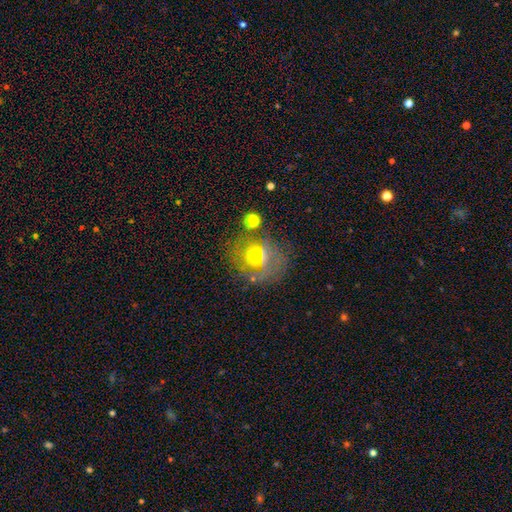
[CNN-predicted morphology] smooth 50%, featured or disk 32%, star or artifact 18%. Down the decision tree: how rounded — round (81%); merging — none (62%).